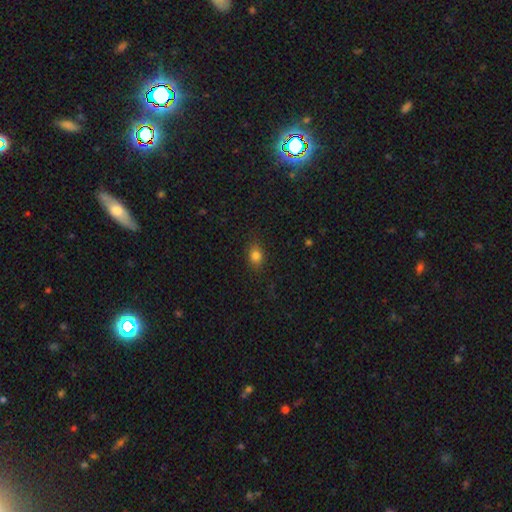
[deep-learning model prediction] Morphology: type=smooth (81%); roundness=in between (62%); merging=none (85%).